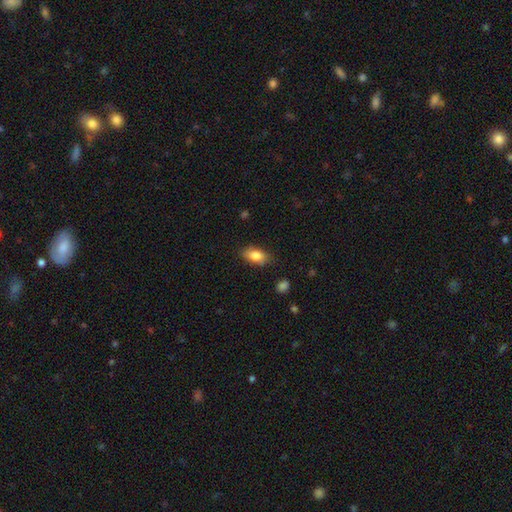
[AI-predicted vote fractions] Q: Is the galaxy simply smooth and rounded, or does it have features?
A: smooth — 81%.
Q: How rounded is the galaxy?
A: in between — 87%.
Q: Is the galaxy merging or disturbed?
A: none — 80%.